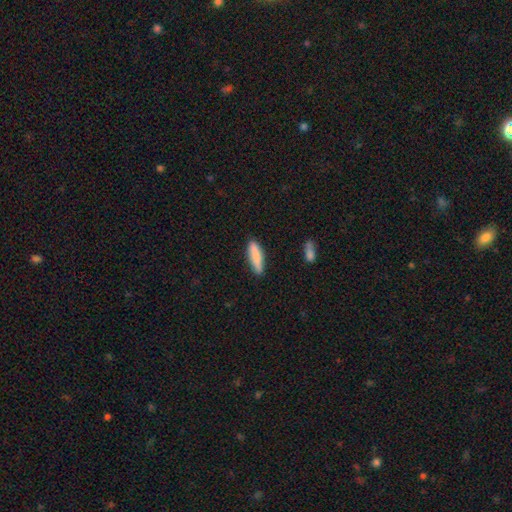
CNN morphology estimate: A smooth galaxy with no disk features (84%) that is cigar-shaped (66%).

Vote fractions:
- Smooth or featured? smooth: 84% / featured or disk: 10% / star or artifact: 6%
- How rounded? cigar-shaped: 66% / in between: 32% / round: 2%
- Merging? none: 85% / minor disturbance: 11% / major disturbance: 2% / merger: 2%